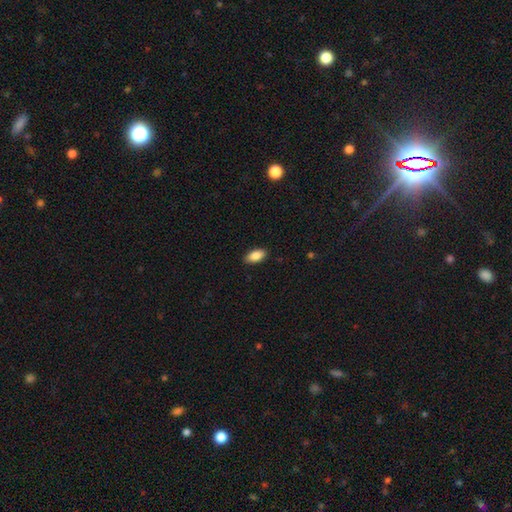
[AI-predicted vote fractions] A smooth galaxy with no disk features (86%) that is in between round and cigar-shaped (92%). Merging: none (88%).